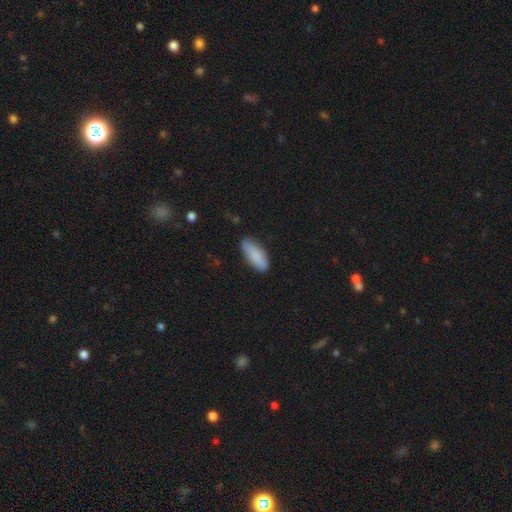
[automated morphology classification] Smooth or featured: smooth — 87% (featured or disk — 8%)
How rounded: in between — 67% (cigar-shaped — 31%)
Merging: none — 82% (minor disturbance — 14%)